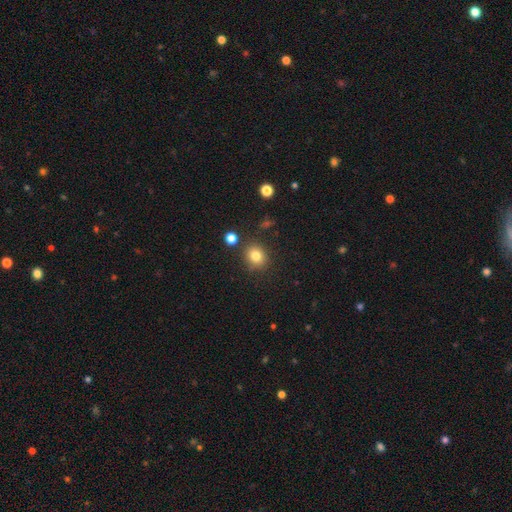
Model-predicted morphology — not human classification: This appears to be a smooth galaxy with no disk features (81%) that is round (76%). Merging: none (83%).